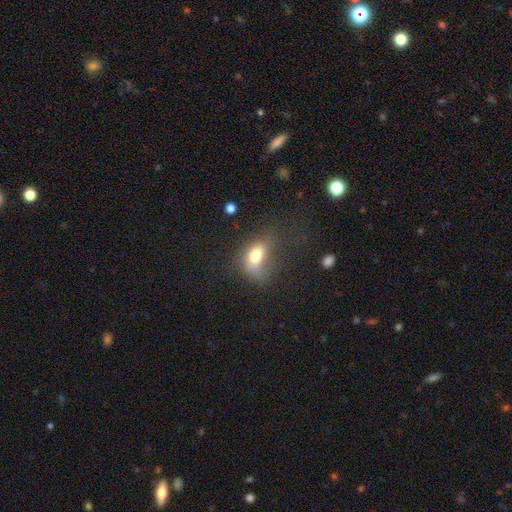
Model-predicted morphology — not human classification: Overall: smooth (73%). How rounded: in between (78%). Merging: none (37%; major disturbance 32%).